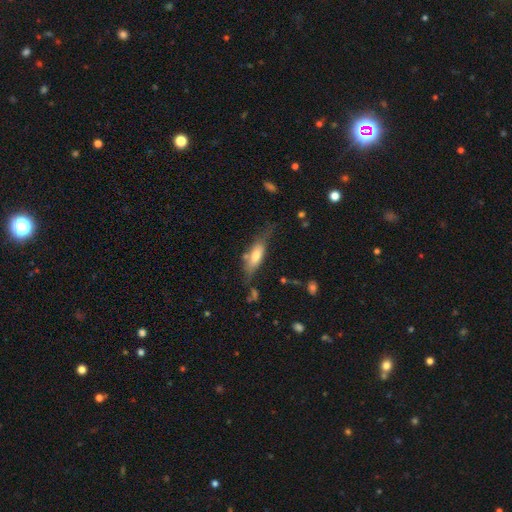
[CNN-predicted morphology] Q: Smooth or featured?
A: smooth (60%); runner-up: featured or disk (33%)
Q: How rounded?
A: in between (53%); runner-up: cigar-shaped (44%)
Q: Merging?
A: none (52%); runner-up: minor disturbance (27%)